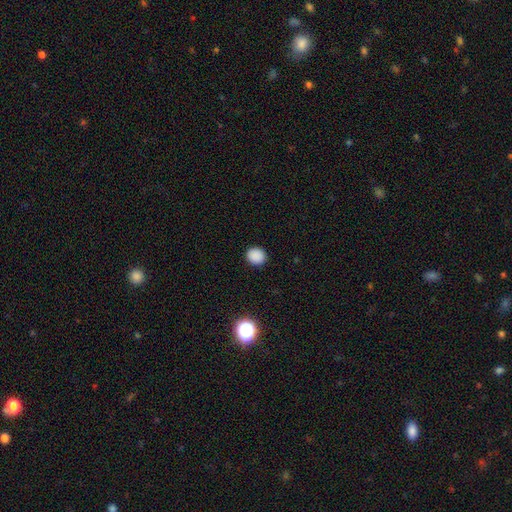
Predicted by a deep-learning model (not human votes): Smooth or featured?
  - smooth: 87% *
  - star or artifact: 11%
  - featured or disk: 2%
How rounded?
  - round: 80% *
  - in between: 19%
  - cigar-shaped: 1%
Merging?
  - none: 91% *
  - minor disturbance: 6%
  - major disturbance: 2%
  - merger: 1%